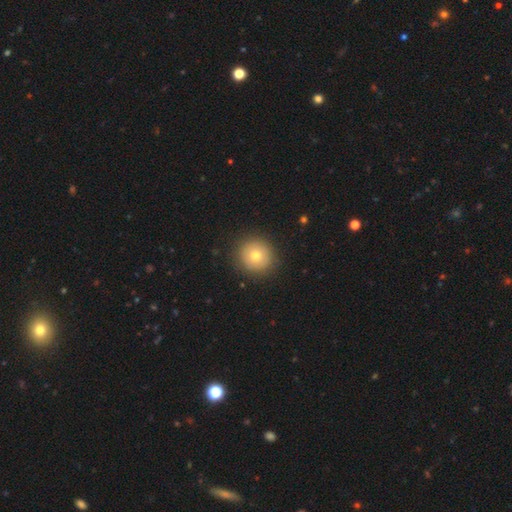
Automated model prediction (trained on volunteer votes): A smooth galaxy with no disk features (75%) that is round (94%). Merging: none (91%).